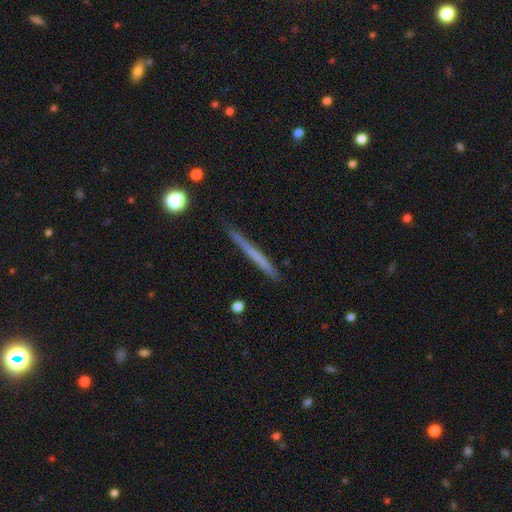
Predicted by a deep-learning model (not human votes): Smooth or featured?
  - smooth: 51% *
  - featured or disk: 43%
  - star or artifact: 6%
How rounded?
  - cigar-shaped: 97% *
  - in between: 2%
  - round: 2%
Merging?
  - none: 88% *
  - minor disturbance: 9%
  - major disturbance: 2%
  - merger: 1%